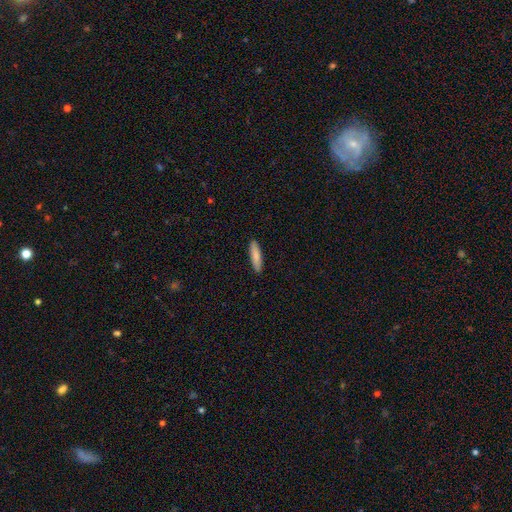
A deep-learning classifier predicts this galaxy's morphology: This appears to be a smooth galaxy with no disk features (85%) that is cigar-shaped (77%). Merging: none (91%).